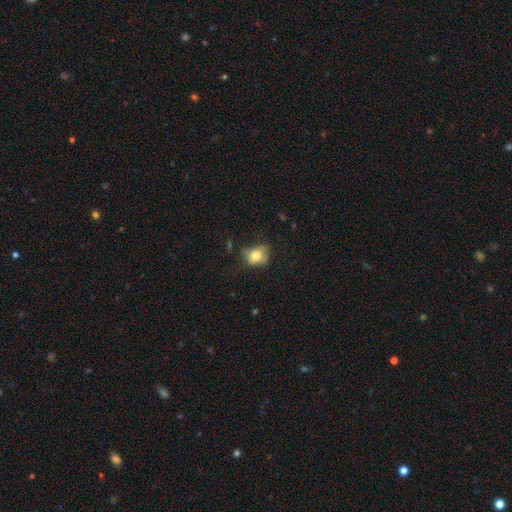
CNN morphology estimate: type=smooth (73%); roundness=in between (52%); merging=none (49%).